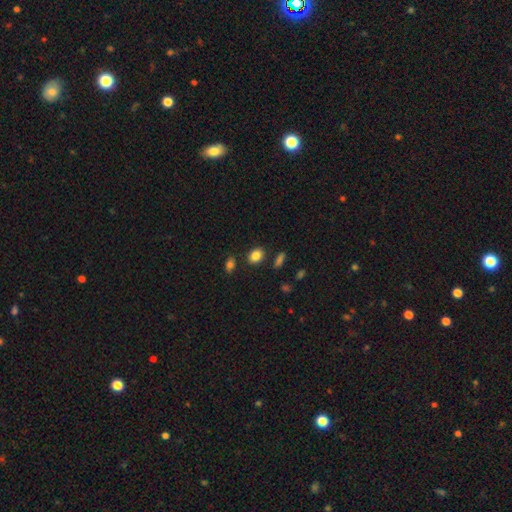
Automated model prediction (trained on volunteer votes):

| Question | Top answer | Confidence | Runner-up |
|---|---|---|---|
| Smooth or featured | smooth | 85% | star or artifact (10%) |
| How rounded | in between | 64% | round (34%) |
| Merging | none | 83% | minor disturbance (10%) |